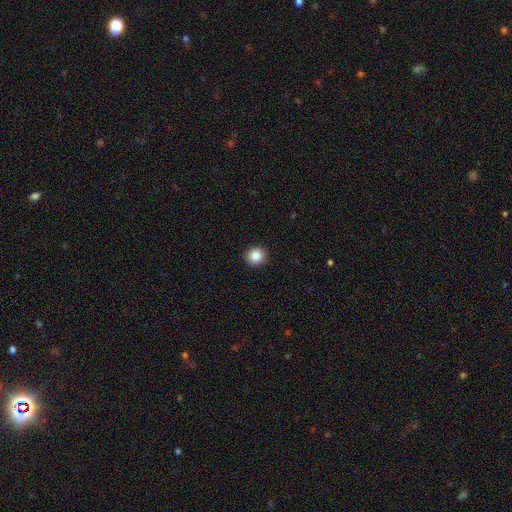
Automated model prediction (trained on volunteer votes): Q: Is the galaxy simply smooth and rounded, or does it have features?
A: smooth — 87%.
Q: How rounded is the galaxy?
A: round — 92%.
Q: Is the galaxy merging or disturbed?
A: none — 92%.